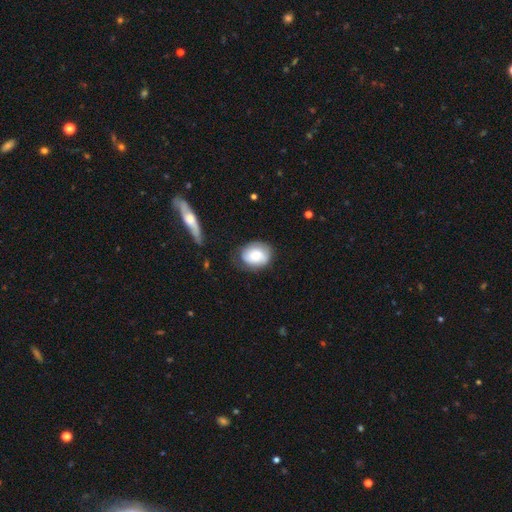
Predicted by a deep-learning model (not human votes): smooth-or-featured: smooth: 66% | featured or disk: 26% | star or artifact: 8%
  how-rounded: in between: 60% | round: 39% | cigar-shaped: 1%
  merging: none: 66% | minor disturbance: 23% | major disturbance: 7% | merger: 3%